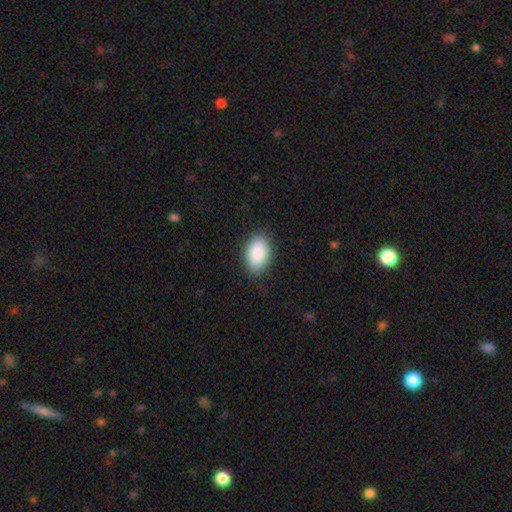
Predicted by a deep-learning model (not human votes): smooth_or_featured: smooth (p=0.89) [alt: star or artifact p=0.06]
how_rounded: in between (p=0.90) [alt: round p=0.09]
merging: none (p=0.83) [alt: minor disturbance p=0.13]